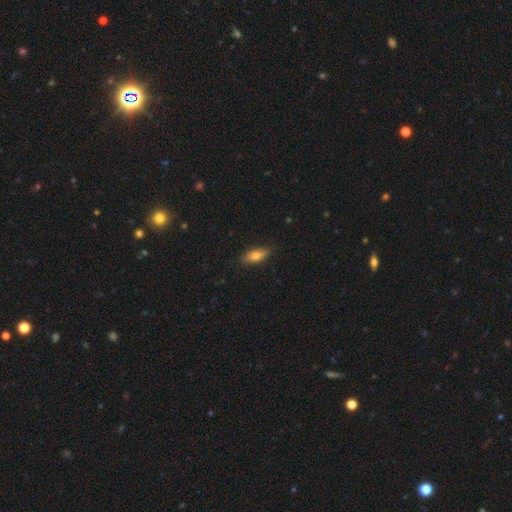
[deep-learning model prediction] smooth 74%, featured or disk 19%, star or artifact 7%. Down the decision tree: how rounded — in between (75%); merging — none (83%).